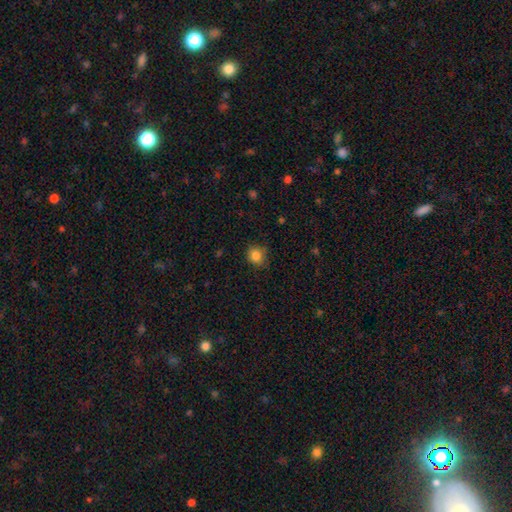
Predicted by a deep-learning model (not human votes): Smooth or featured: smooth — 83% (star or artifact — 11%)
How rounded: round — 81% (in between — 19%)
Merging: none — 80% (minor disturbance — 16%)